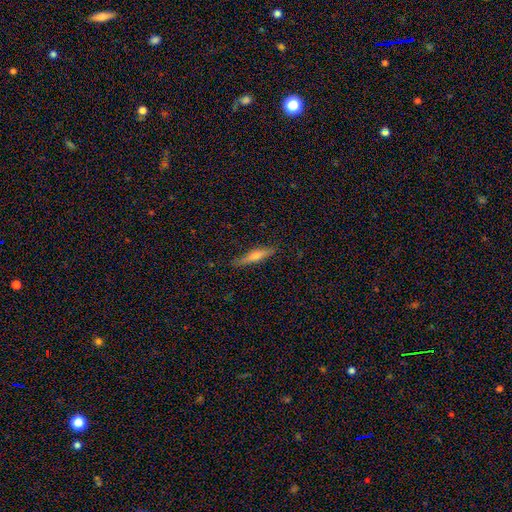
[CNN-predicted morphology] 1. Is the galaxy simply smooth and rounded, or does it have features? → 48% featured or disk, 46% smooth, 7% star or artifact.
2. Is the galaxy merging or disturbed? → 85% none, 12% minor disturbance, 2% major disturbance, 1% merger.